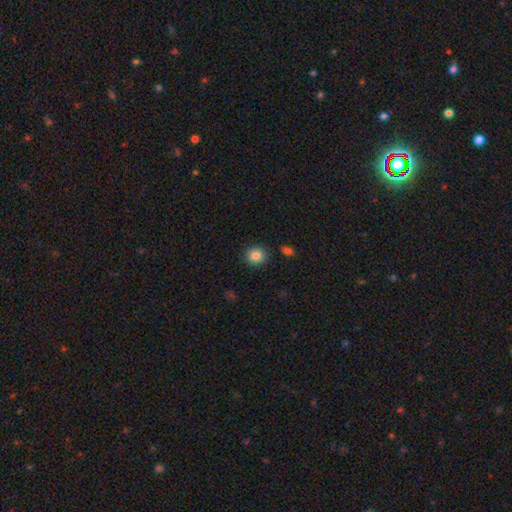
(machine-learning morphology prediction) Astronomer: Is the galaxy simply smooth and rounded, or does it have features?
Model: smooth — 85%.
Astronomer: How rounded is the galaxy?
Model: round — 86%.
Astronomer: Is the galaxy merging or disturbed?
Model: none — 89%.